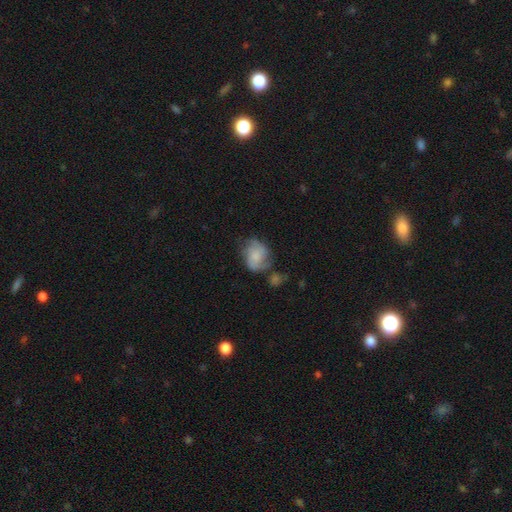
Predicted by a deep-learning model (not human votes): This is possibly a smooth galaxy (47%). Merging: possibly none (45%).